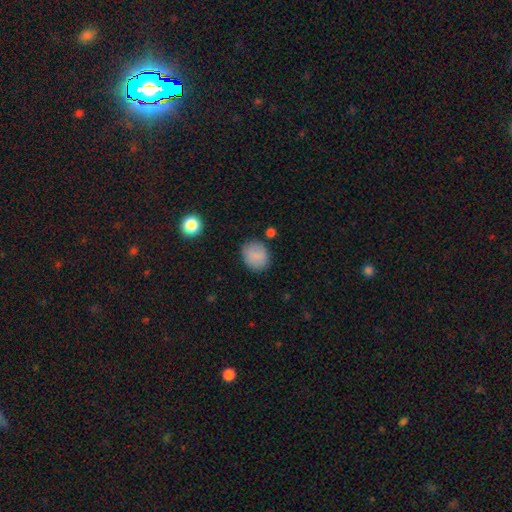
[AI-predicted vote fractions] Smooth or featured? Predicted: smooth (p=0.84). How rounded? Predicted: round (p=0.62). Merging? Predicted: none (p=0.81).